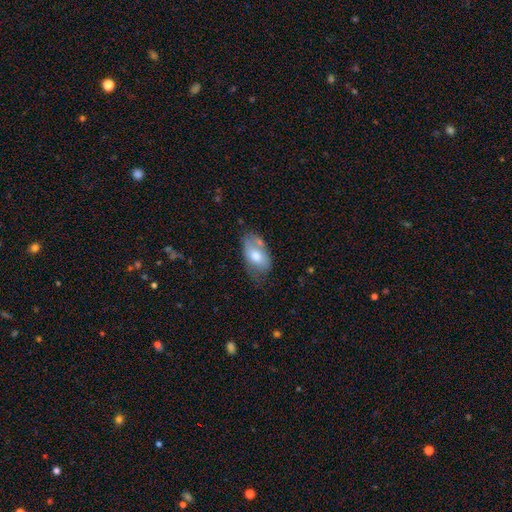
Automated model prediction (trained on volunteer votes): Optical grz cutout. It shows a smooth galaxy with no disk features (64%) that is in between round and cigar-shaped (93%). Merging: none (46%).